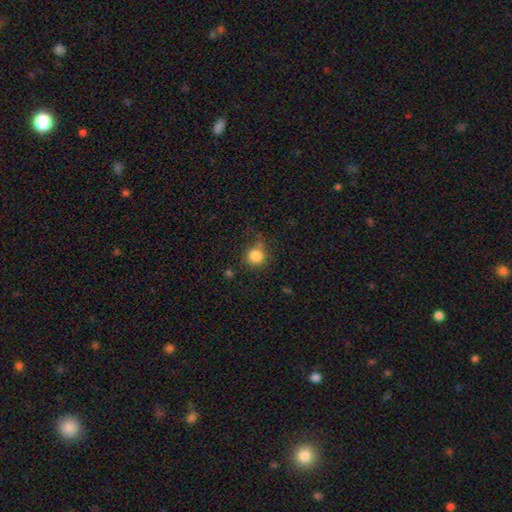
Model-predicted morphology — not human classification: This appears to be a smooth galaxy with no disk features (84%) that is round (91%). Merging: none (71%).